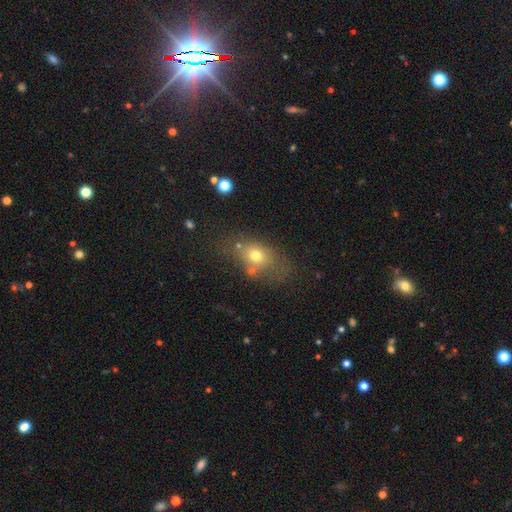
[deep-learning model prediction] This is likely a smooth galaxy (68%). How rounded: likely in between (65%). Merging: possibly none (52%).